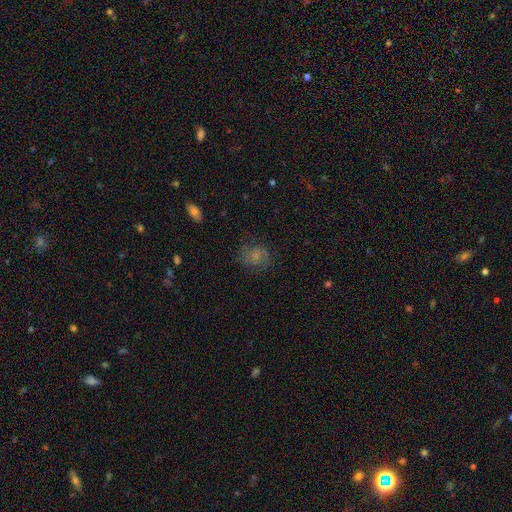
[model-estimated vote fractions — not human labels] Overall: featured or disk (52%; smooth 34%). Edge-on disk: no (97%). Bar: no (64%; weak 31%). Spiral arms: yes (88%). Bulge size: small (44%; none 26%). Merging: none (70%).